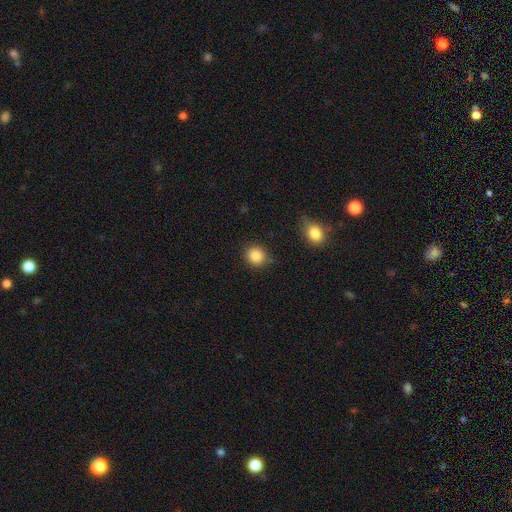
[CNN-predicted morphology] smooth_or_featured: smooth (p=0.87) [alt: star or artifact p=0.09]
how_rounded: round (p=0.87) [alt: in between p=0.12]
merging: none (p=0.83) [alt: minor disturbance p=0.11]